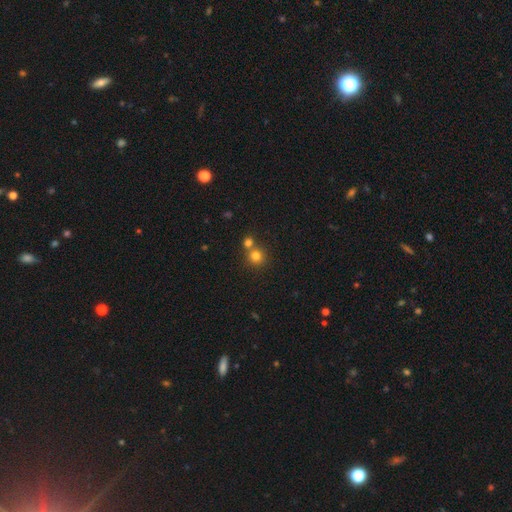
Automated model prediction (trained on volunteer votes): A smooth galaxy with no disk features (78%) that is round (92%). Merging: none (60%).